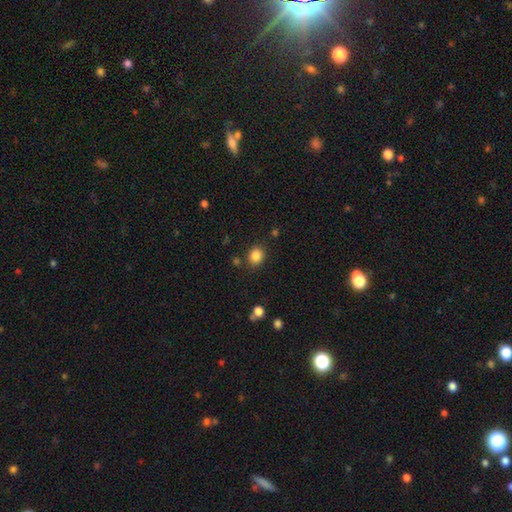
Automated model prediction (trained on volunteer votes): Smooth or featured: smooth — 85% (star or artifact — 11%)
How rounded: round — 73% (in between — 26%)
Merging: none — 85% (minor disturbance — 9%)